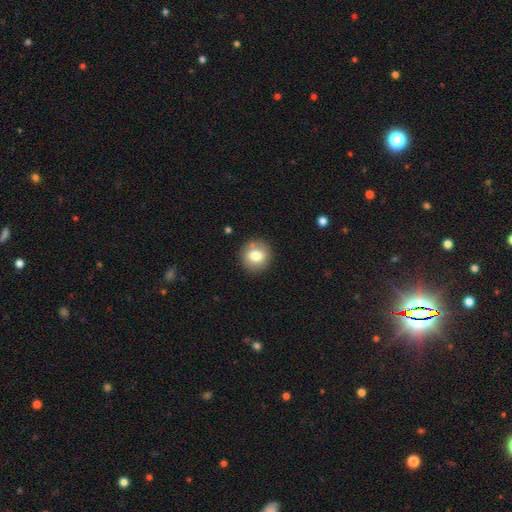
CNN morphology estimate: smooth 76%, featured or disk 14%, star or artifact 10%. Down the decision tree: how rounded — round (87%); merging — none (83%).